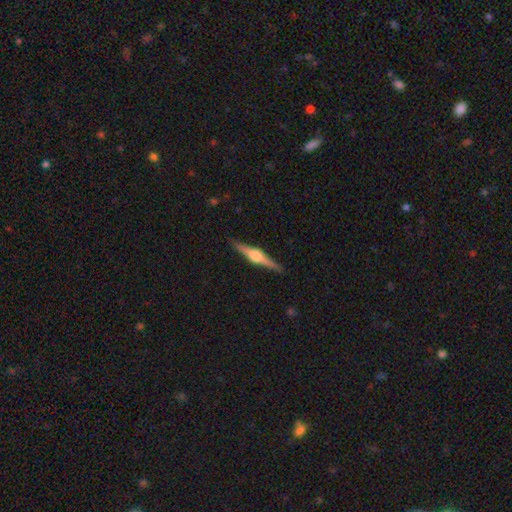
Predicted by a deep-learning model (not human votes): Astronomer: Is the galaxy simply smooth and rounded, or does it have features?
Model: featured or disk — 80%.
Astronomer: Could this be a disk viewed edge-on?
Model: yes — 98%.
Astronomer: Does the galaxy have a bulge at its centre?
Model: rounded — 90%.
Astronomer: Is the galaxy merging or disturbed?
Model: none — 91%.